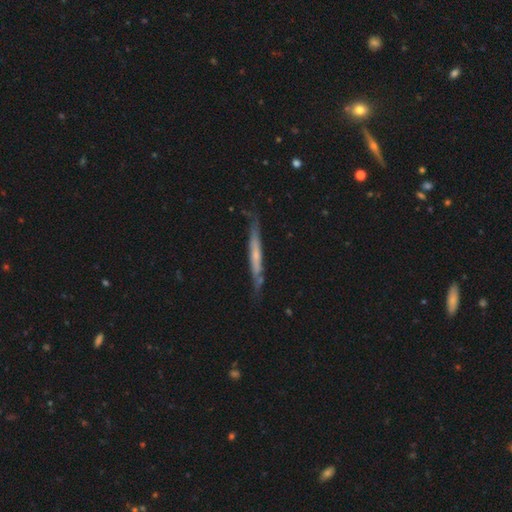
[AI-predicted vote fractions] Morphology: type=featured or disk (59%); edge-on=yes (89%); edge-on bulge=none (67%); merging=none (73%).